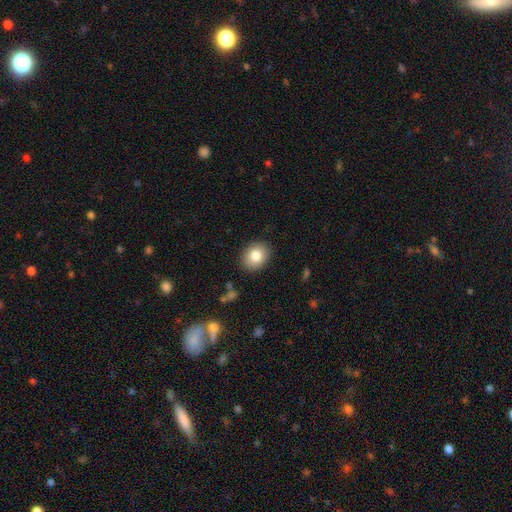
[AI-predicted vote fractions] Overall: smooth (82%). How rounded: round (55%; in between 45%). Merging: none (89%).